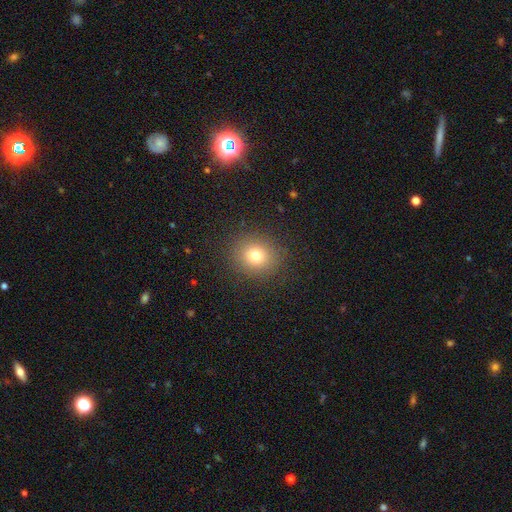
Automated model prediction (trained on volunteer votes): smooth 76%, star or artifact 15%, featured or disk 9%. Down the decision tree: how rounded — round (84%); merging — none (89%).